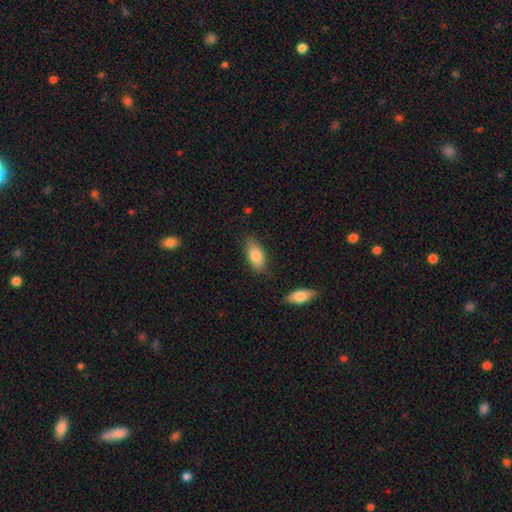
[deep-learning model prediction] smooth 80%, featured or disk 14%, star or artifact 6%. Down the decision tree: how rounded — in between (87%); merging — none (78%).